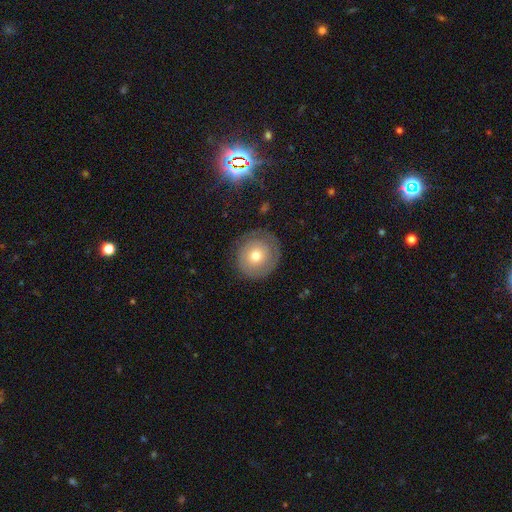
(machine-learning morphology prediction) Smooth or featured: featured or disk — 47% (smooth — 46%)
Merging: none — 79% (minor disturbance — 14%)